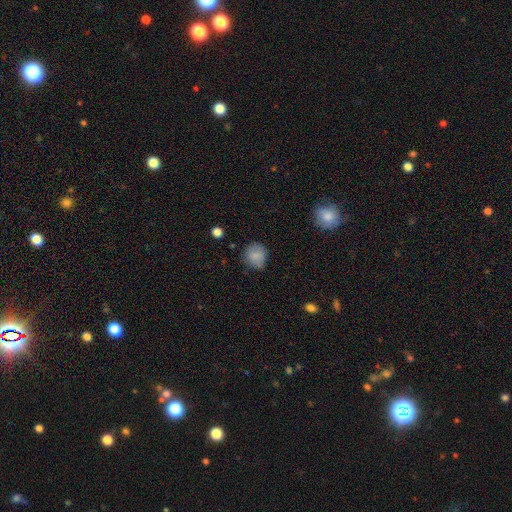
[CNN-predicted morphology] Smooth or featured?
  - smooth: 83% *
  - star or artifact: 9%
  - featured or disk: 8%
How rounded?
  - round: 81% *
  - in between: 18%
  - cigar-shaped: 1%
Merging?
  - none: 70% *
  - minor disturbance: 23%
  - major disturbance: 5%
  - merger: 2%